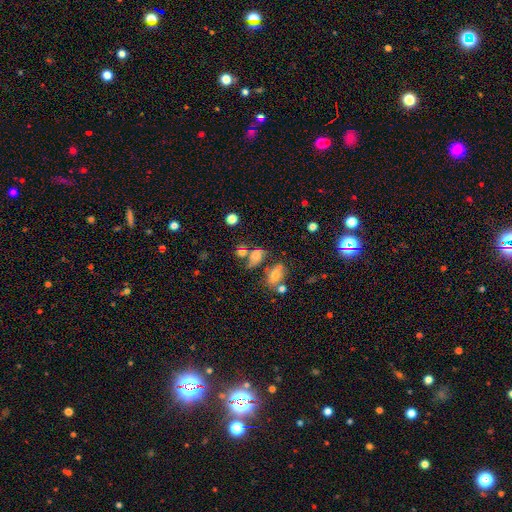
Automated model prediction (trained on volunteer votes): Overall: smooth (58%; featured or disk 24%). How rounded: in between (63%; round 34%). Merging: merger (35%; none 32%).